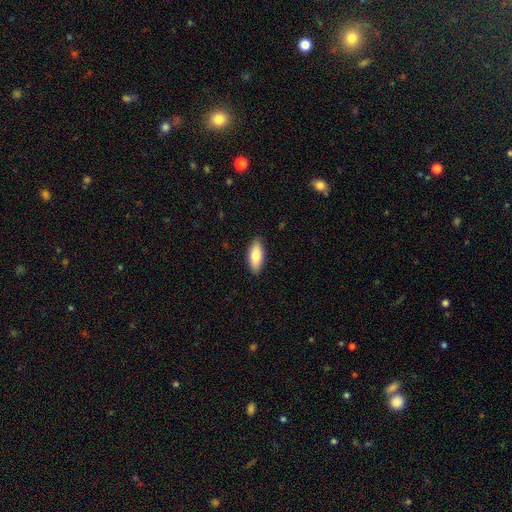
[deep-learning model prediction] Overall: smooth (80%). How rounded: in between (78%). Merging: none (88%).